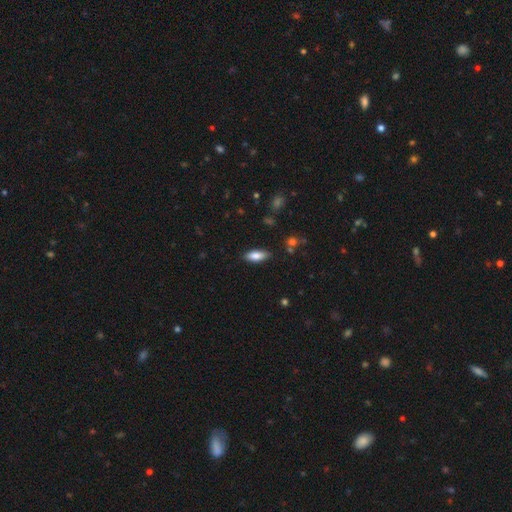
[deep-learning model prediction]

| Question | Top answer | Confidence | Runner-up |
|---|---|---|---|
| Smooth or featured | smooth | 81% | featured or disk (12%) |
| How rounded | in between | 77% | cigar-shaped (21%) |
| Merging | none | 86% | minor disturbance (11%) |